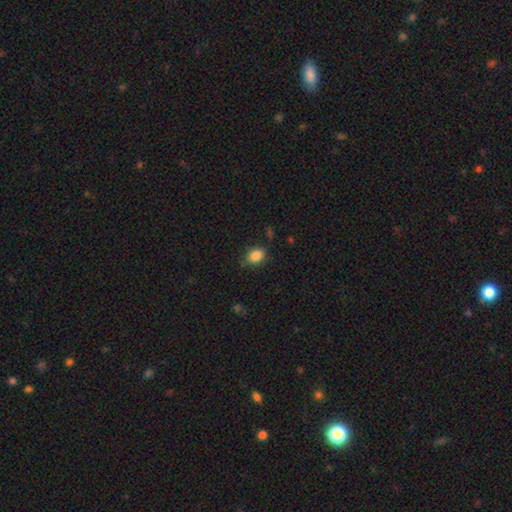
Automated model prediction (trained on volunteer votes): A smooth galaxy with no disk features (86%) that is in between round and cigar-shaped (59%).

Vote fractions:
- Smooth or featured? smooth: 86% / star or artifact: 9% / featured or disk: 5%
- How rounded? in between: 59% / round: 40% / cigar-shaped: 1%
- Merging? none: 80% / minor disturbance: 15% / major disturbance: 3% / merger: 2%